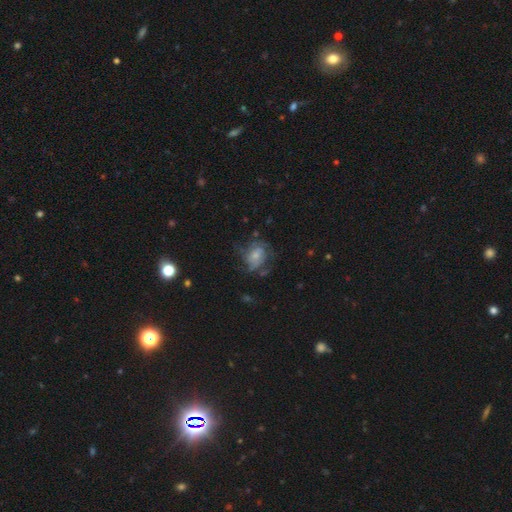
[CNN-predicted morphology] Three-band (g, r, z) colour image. It shows a featured or disk galaxy (55%) with no bar (71%), spiral arms (72%) and a small central bulge (51%). Merging: none (45%).